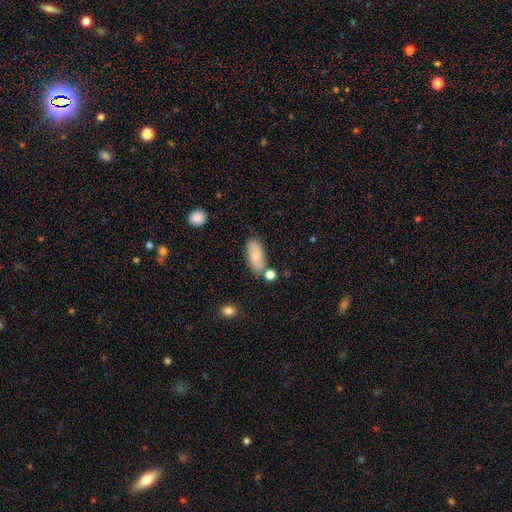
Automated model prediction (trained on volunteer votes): A smooth galaxy with no disk features (73%) that is in between round and cigar-shaped (86%).

Vote fractions:
- Smooth or featured? smooth: 73% / featured or disk: 20% / star or artifact: 7%
- How rounded? in between: 86% / cigar-shaped: 11% / round: 3%
- Merging? none: 69% / minor disturbance: 17% / merger: 11% / major disturbance: 4%